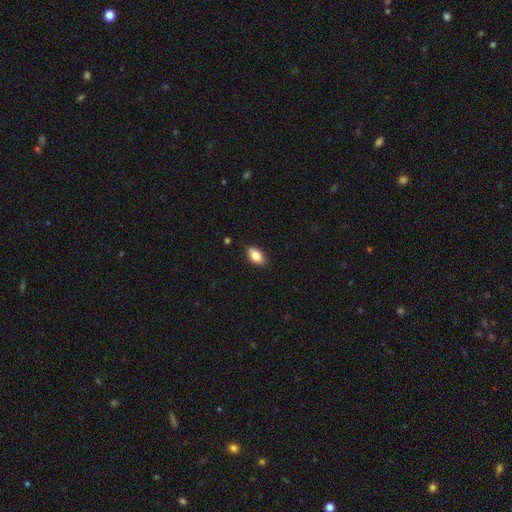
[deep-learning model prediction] Smooth or featured?
  - smooth: 83% *
  - featured or disk: 9%
  - star or artifact: 7%
How rounded?
  - in between: 92% *
  - round: 6%
  - cigar-shaped: 3%
Merging?
  - none: 87% *
  - minor disturbance: 10%
  - major disturbance: 2%
  - merger: 1%